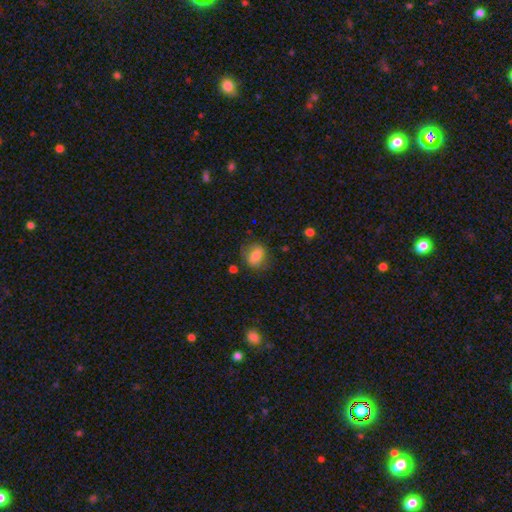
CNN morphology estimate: smooth_or_featured: smooth (p=0.70) [alt: featured or disk p=0.22]
how_rounded: in between (p=0.54) [alt: round p=0.44]
merging: none (p=0.71) [alt: minor disturbance p=0.20]